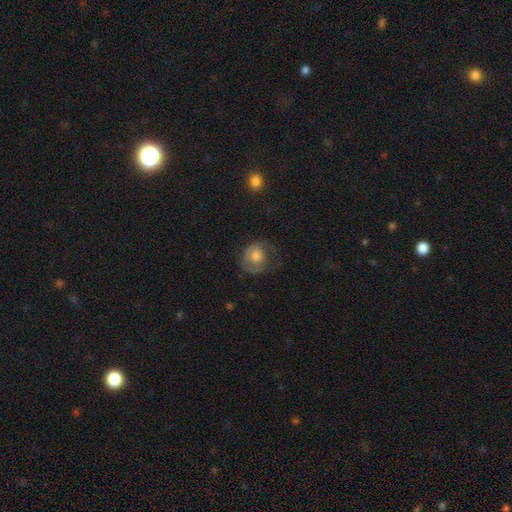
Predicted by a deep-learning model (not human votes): This appears to be a smooth galaxy with no disk features (53%) that is round (76%). Merging: none (49%).